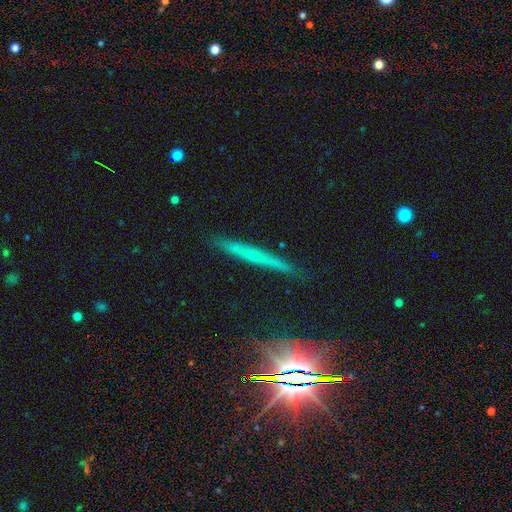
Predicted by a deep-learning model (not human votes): smooth-or-featured: featured or disk: 41% | smooth: 37% | star or artifact: 22%
  merging: none: 84% | minor disturbance: 12% | major disturbance: 2% | merger: 2%